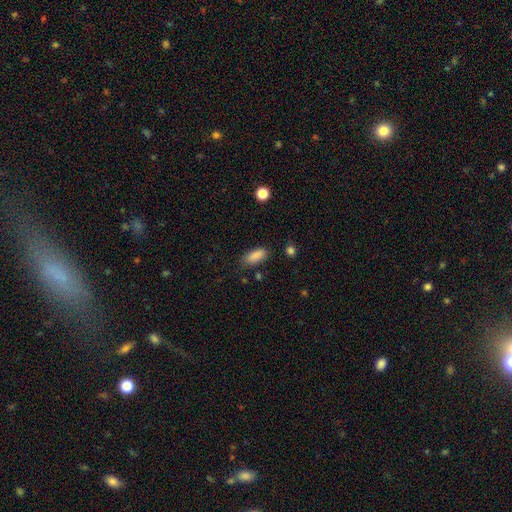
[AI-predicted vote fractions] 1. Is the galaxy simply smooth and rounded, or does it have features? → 88% smooth, 7% star or artifact, 5% featured or disk.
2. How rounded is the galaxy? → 81% in between, 16% cigar-shaped, 2% round.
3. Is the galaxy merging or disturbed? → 79% none, 16% minor disturbance, 4% major disturbance, 2% merger.